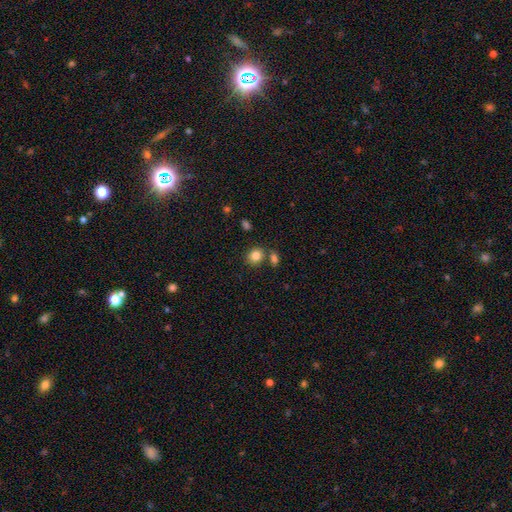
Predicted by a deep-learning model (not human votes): smooth 84%, star or artifact 10%, featured or disk 6%. Down the decision tree: how rounded — round (62%); merging — none (69%).